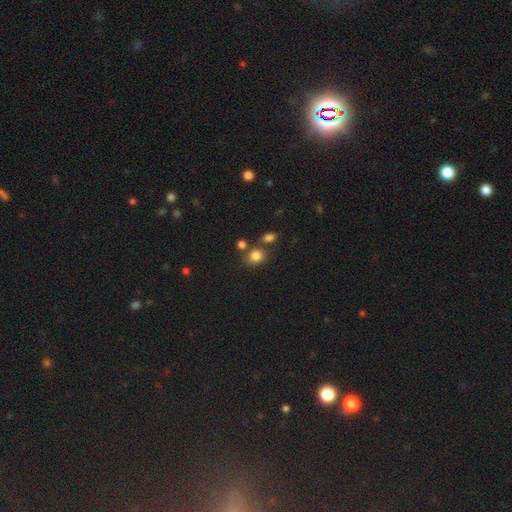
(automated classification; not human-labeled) smooth 81%, star or artifact 13%, featured or disk 6%. Down the decision tree: how rounded — round (69%); merging — none (65%).